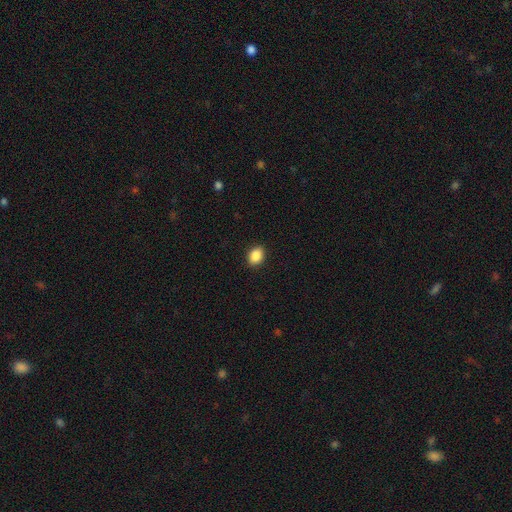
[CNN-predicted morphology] A smooth galaxy with no disk features (89%) that is in between round and cigar-shaped (68%). Merging: none (90%).